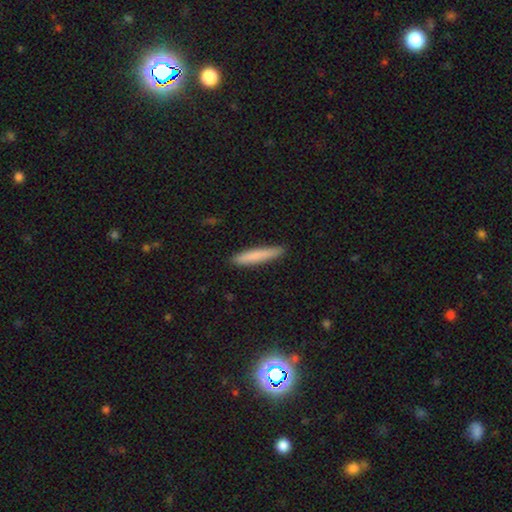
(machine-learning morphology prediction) Smooth or featured: smooth — 81% (featured or disk — 13%)
How rounded: cigar-shaped — 93% (in between — 6%)
Merging: none — 90% (minor disturbance — 8%)